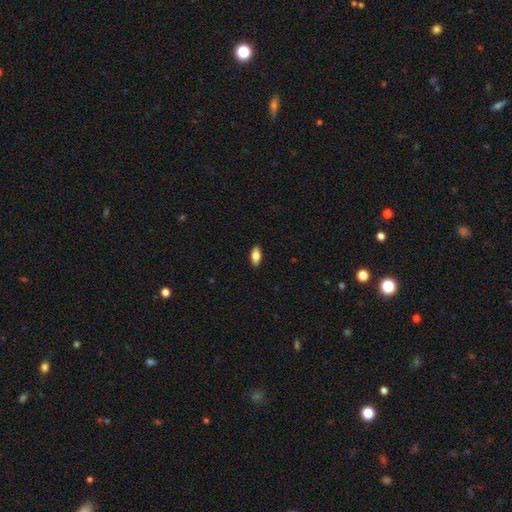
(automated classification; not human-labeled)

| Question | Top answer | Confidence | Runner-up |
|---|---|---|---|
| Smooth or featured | smooth | 80% | featured or disk (13%) |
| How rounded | in between | 86% | cigar-shaped (12%) |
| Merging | none | 89% | minor disturbance (8%) |